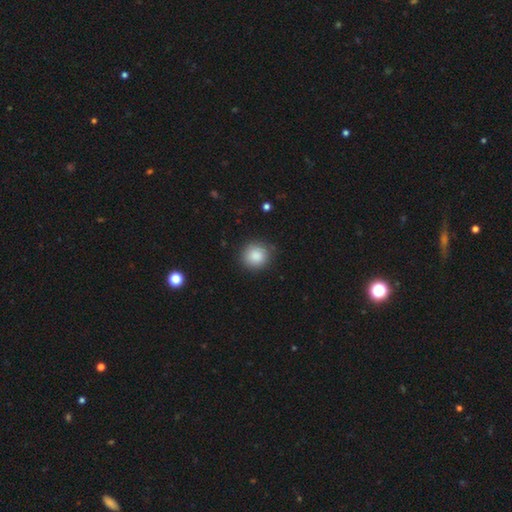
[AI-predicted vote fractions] Smooth or featured?
  - smooth: 88% *
  - star or artifact: 8%
  - featured or disk: 4%
How rounded?
  - round: 90% *
  - in between: 9%
  - cigar-shaped: 1%
Merging?
  - none: 86% *
  - minor disturbance: 10%
  - major disturbance: 3%
  - merger: 1%